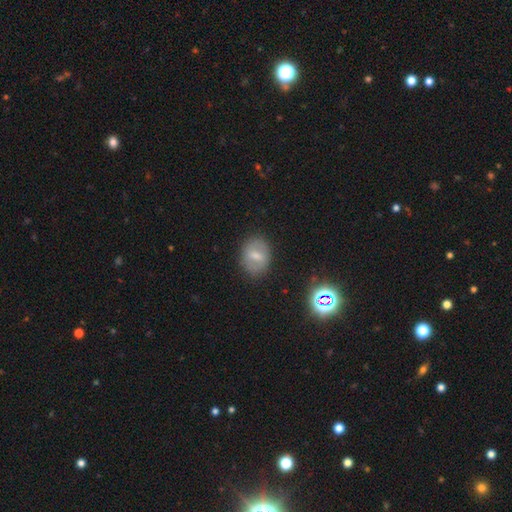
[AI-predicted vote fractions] smooth_or_featured: smooth (p=0.54) [alt: featured or disk p=0.35]
how_rounded: in between (p=0.63) [alt: round p=0.36]
merging: none (p=0.82) [alt: minor disturbance p=0.13]